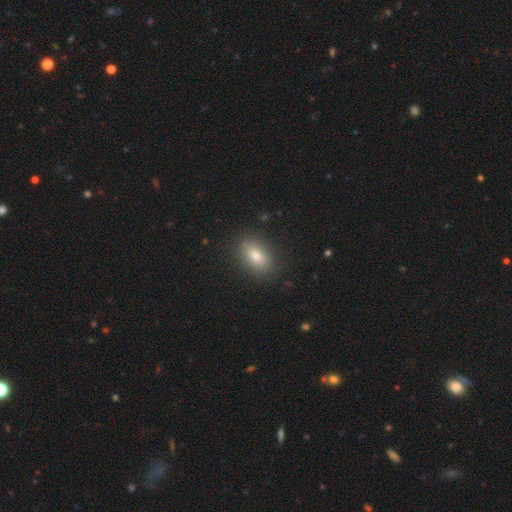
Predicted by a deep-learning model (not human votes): smooth-or-featured: smooth: 79% | star or artifact: 10% | featured or disk: 10%
  how-rounded: in between: 84% | round: 13% | cigar-shaped: 3%
  merging: none: 87% | minor disturbance: 9% | major disturbance: 3% | merger: 1%